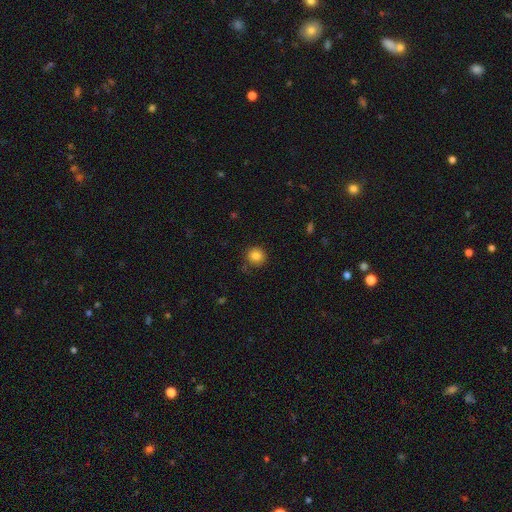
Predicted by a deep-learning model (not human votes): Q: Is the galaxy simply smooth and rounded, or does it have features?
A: smooth — 83%.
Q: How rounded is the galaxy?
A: round — 91%.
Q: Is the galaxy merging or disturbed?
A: none — 81%.